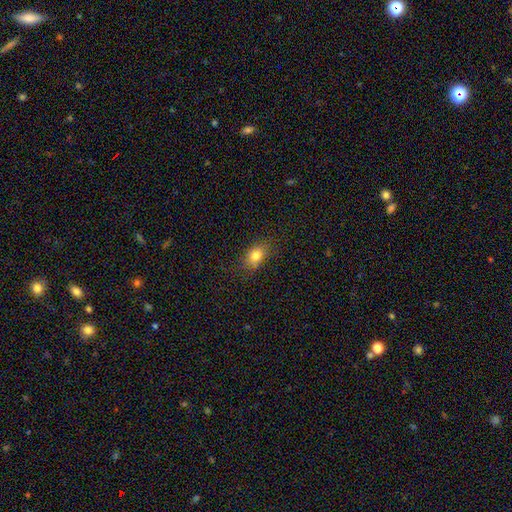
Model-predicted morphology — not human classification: This appears to be a smooth galaxy with no disk features (79%) that is in between round and cigar-shaped (69%). Merging: none (76%).